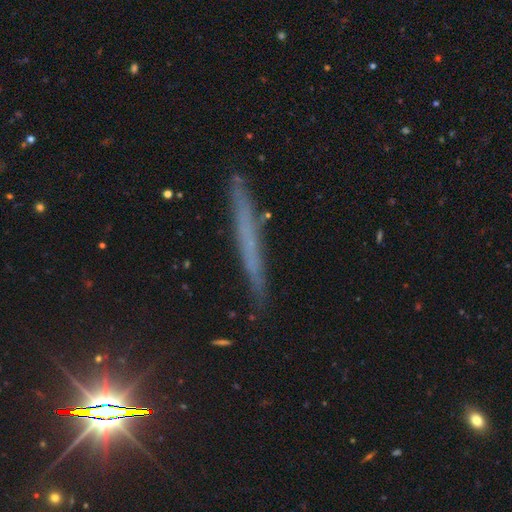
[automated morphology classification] This appears to be a featured or disk galaxy (48%). Merging: none (85%).